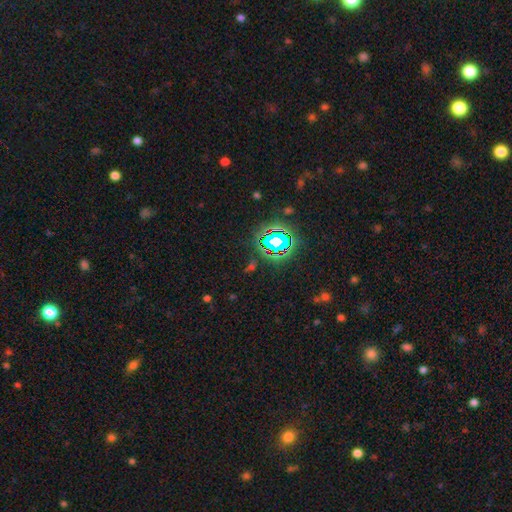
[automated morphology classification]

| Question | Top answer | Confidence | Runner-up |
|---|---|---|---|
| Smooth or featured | star or artifact | 76% | smooth (16%) |